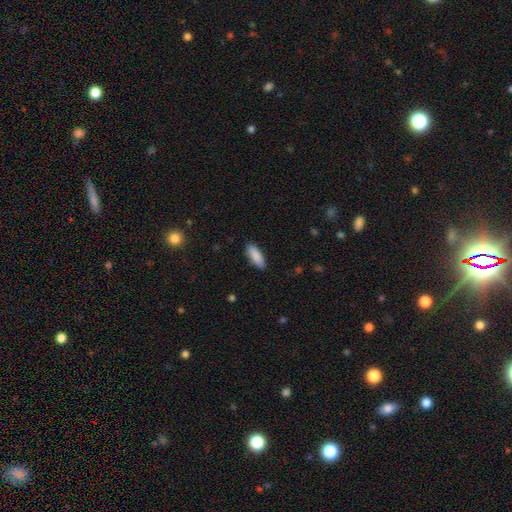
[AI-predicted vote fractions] Overall: smooth (89%). How rounded: in between (70%). Merging: none (88%).